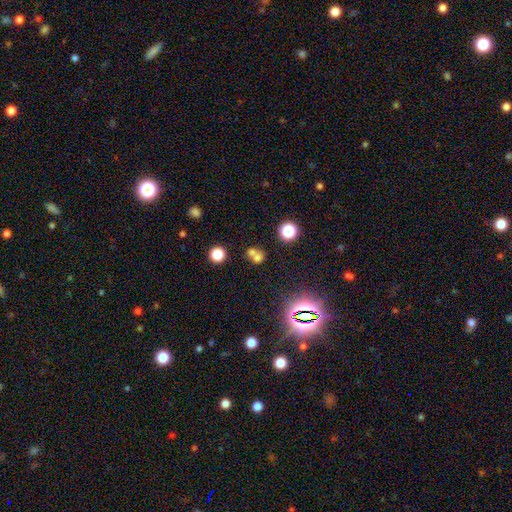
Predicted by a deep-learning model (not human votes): Overall: smooth (64%). How rounded: round (73%). Merging: merger (57%; none 33%).